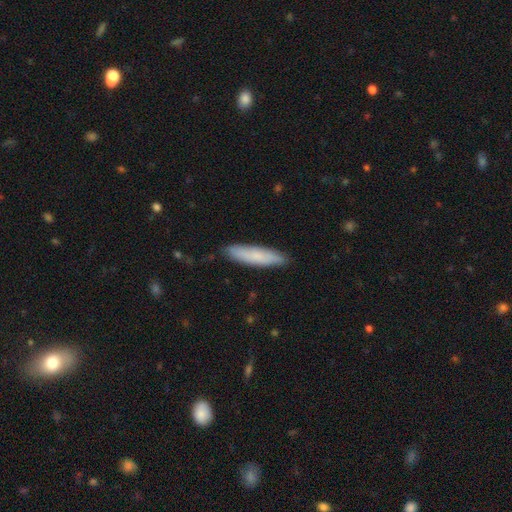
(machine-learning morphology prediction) A smooth galaxy with no disk features (76%) that is cigar-shaped (81%). Merging: none (85%).